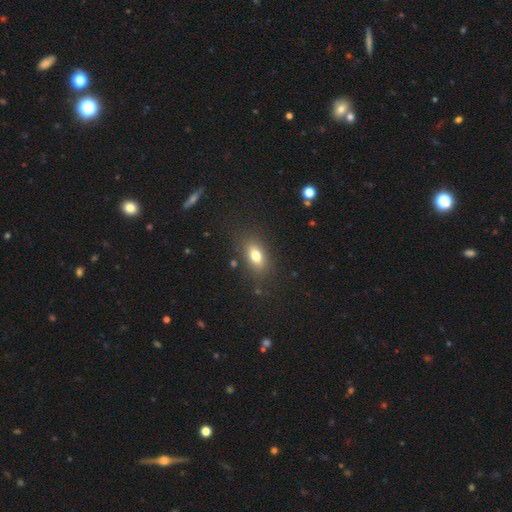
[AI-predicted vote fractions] A smooth galaxy with no disk features (76%) that is in between round and cigar-shaped (82%). Merging: none (82%).